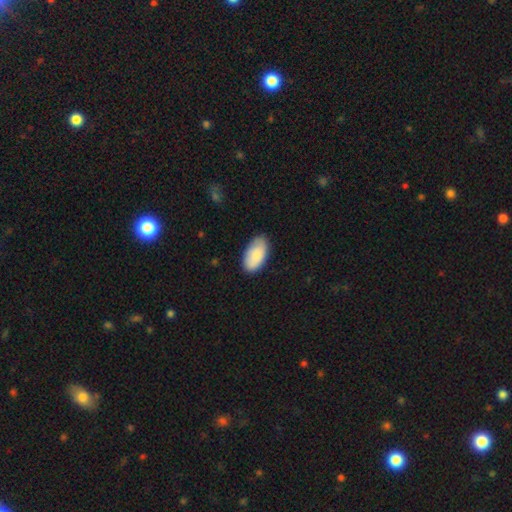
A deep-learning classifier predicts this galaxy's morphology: type=smooth (82%); roundness=in between (96%); merging=none (81%).